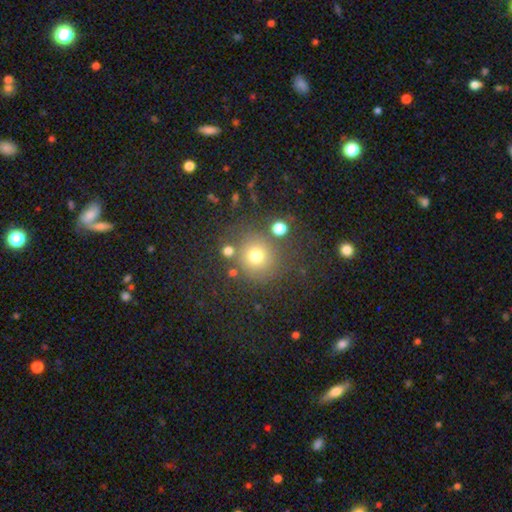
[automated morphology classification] smooth 71%, star or artifact 19%, featured or disk 10%. Down the decision tree: how rounded — round (91%); merging — none (77%).